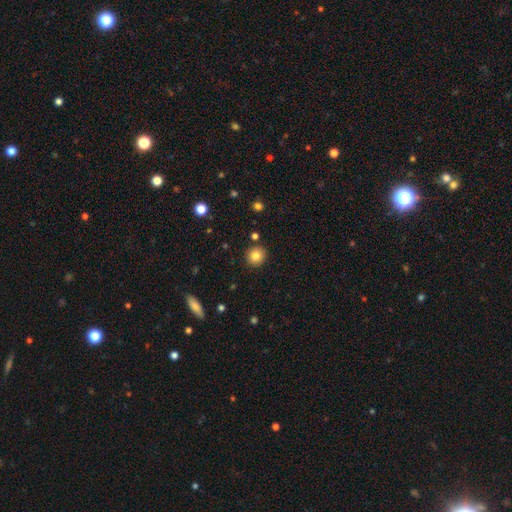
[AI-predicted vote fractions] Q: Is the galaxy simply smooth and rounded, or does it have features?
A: smooth — 84%.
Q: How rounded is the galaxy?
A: round — 91%.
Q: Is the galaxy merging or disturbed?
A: none — 89%.